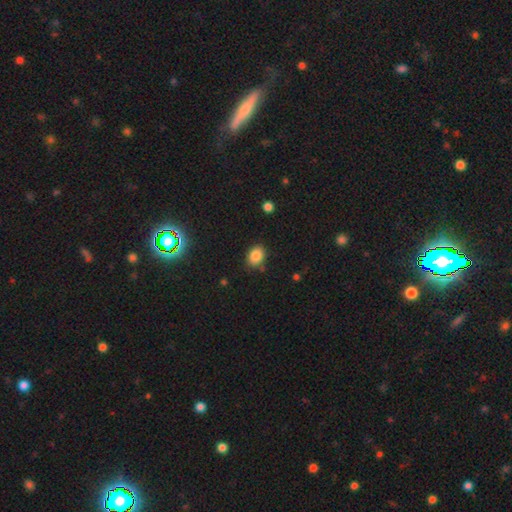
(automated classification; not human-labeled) The model was most divided on "how rounded": in between: 66%, round: 33%, cigar-shaped: 1%. More confident: smooth or featured — smooth (85%); merging — none (80%).